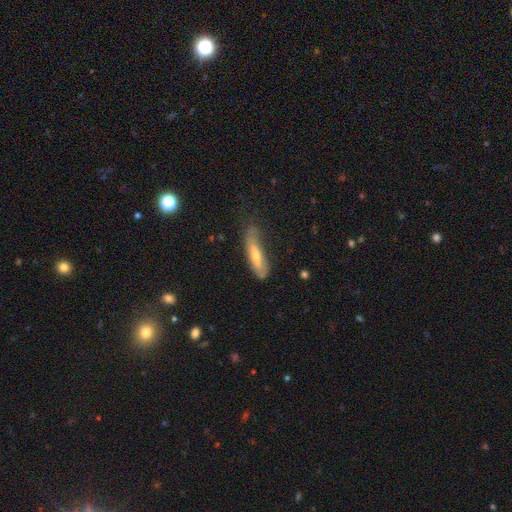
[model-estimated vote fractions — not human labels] A smooth galaxy with no disk features (55%) that is cigar-shaped (71%).

Vote fractions:
- Smooth or featured? smooth: 55% / featured or disk: 38% / star or artifact: 7%
- How rounded? cigar-shaped: 71% / in between: 28% / round: 2%
- Merging? none: 52% / minor disturbance: 33% / major disturbance: 13% / merger: 2%